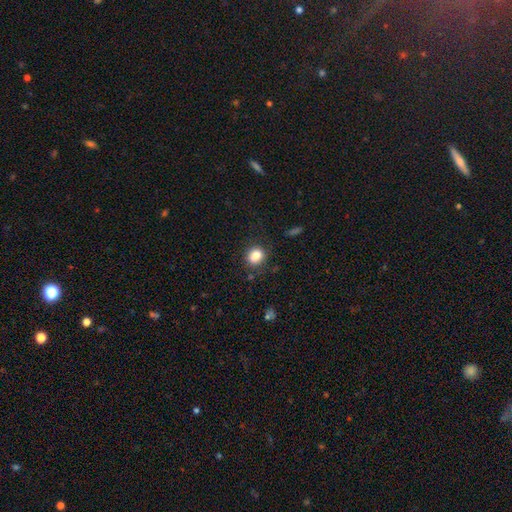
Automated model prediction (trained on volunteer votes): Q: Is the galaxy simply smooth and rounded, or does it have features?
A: smooth — 85%.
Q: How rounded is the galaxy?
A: round — 57%.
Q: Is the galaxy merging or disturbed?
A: none — 83%.